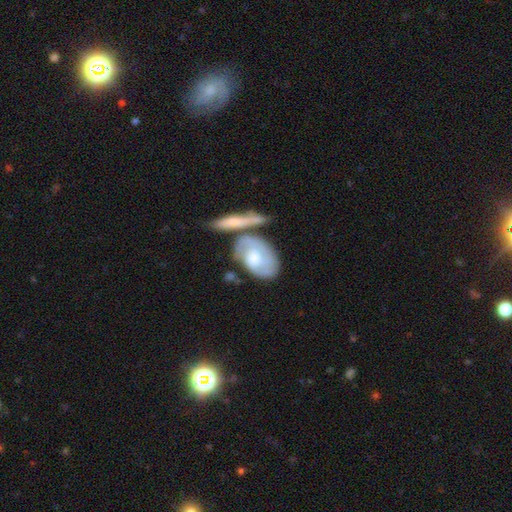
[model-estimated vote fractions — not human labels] smooth_or_featured: featured or disk (p=0.57) [alt: smooth p=0.36]
disk_edge_on: no (p=0.88) [alt: yes p=0.12]
bar: no (p=0.67) [alt: weak p=0.27]
has_spiral_arms: yes (p=0.71) [alt: no p=0.29]
bulge_size: moderate (p=0.50) [alt: large p=0.20]
merging: none (p=0.39) [alt: merger p=0.32]